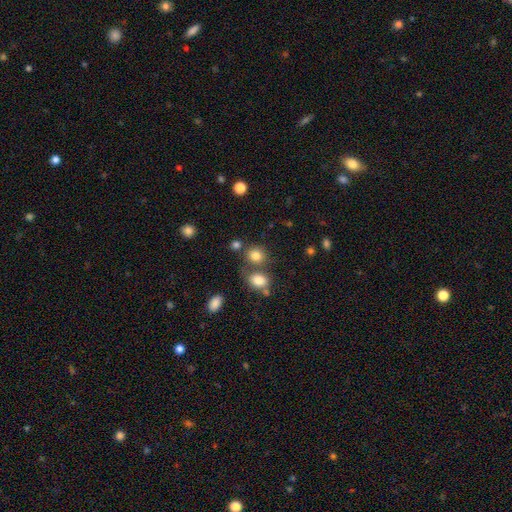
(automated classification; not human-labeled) Smooth or featured: smooth — 80% (star or artifact — 13%)
How rounded: round — 76% (in between — 23%)
Merging: none — 62% (merger — 23%)